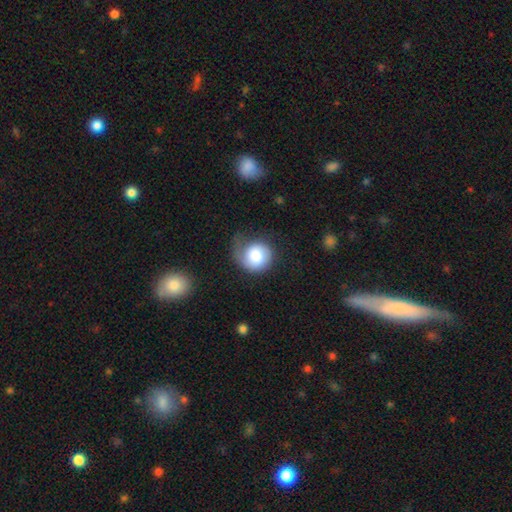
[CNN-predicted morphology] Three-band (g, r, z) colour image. It shows a smooth galaxy with no disk features (69%) that is round (82%). Merging: none (37%).